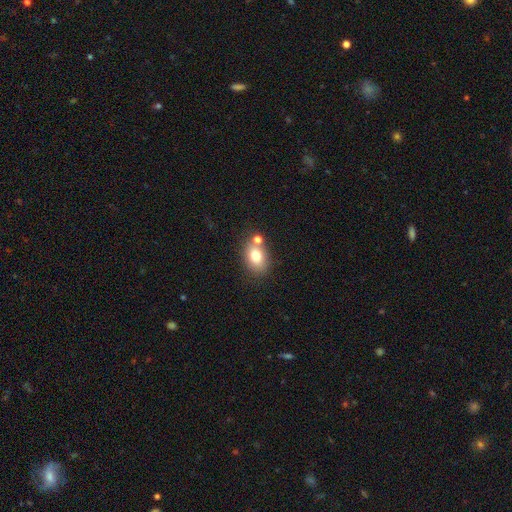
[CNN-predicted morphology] Smooth or featured? Predicted: smooth (p=0.76). How rounded? Predicted: in between (p=0.70). Merging? Predicted: none (p=0.62).